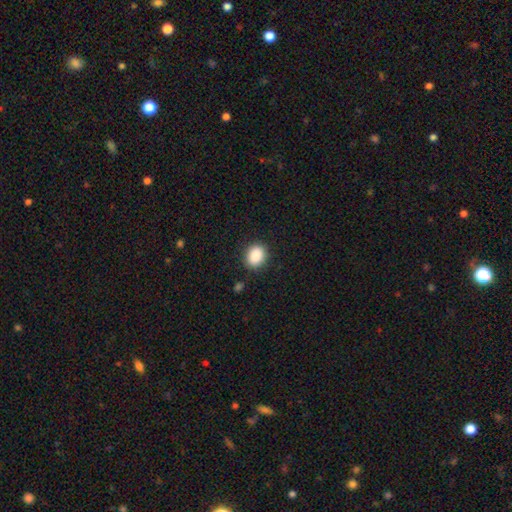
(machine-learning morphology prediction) smooth 89%, star or artifact 8%, featured or disk 3%. Down the decision tree: how rounded — in between (59%); merging — none (87%).